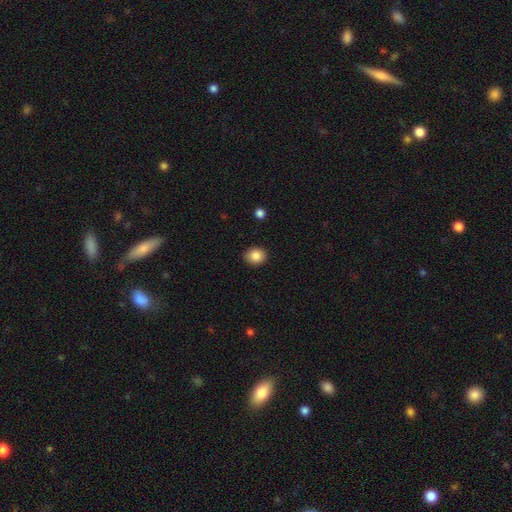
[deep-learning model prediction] Smooth or featured? Predicted: smooth (p=0.86). How rounded? Predicted: round (p=0.59). Merging? Predicted: none (p=0.89).